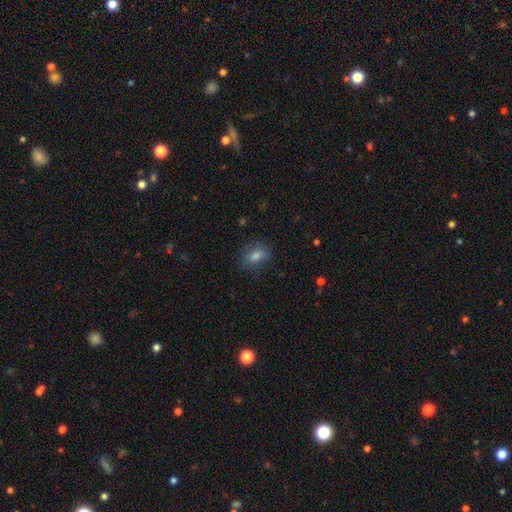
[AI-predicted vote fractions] Q: Smooth or featured?
A: smooth (74%); runner-up: star or artifact (14%)
Q: How rounded?
A: in between (61%); runner-up: round (36%)
Q: Merging?
A: none (73%); runner-up: minor disturbance (19%)